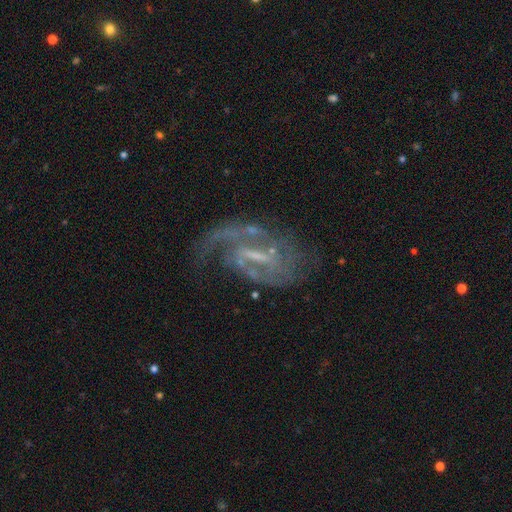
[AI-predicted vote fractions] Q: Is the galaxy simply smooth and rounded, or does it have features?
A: featured or disk — 85%.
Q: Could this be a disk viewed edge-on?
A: no — 97%.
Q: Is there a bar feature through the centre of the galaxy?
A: weak — 48%.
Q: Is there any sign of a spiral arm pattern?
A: yes — 90%.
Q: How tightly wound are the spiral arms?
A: medium — 48%.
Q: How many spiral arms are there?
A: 2 — 51%.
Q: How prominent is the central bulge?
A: small — 44%.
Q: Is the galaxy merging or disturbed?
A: none — 51%.